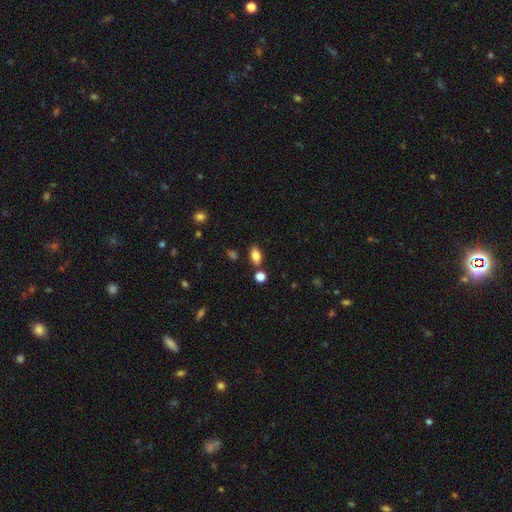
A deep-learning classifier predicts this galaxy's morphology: type=smooth (81%); roundness=in between (87%); merging=none (77%).